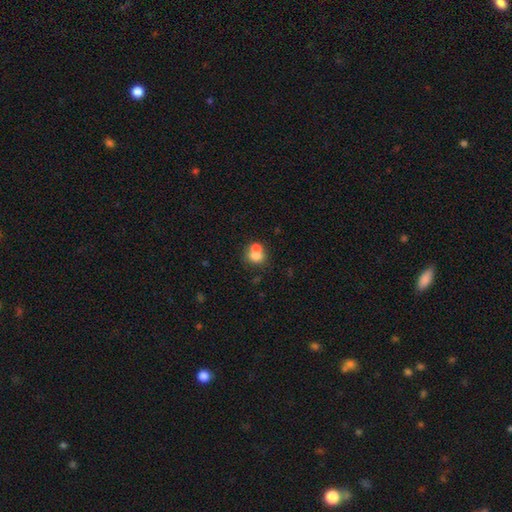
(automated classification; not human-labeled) smooth-or-featured: smooth: 72% | featured or disk: 17% | star or artifact: 10%
  how-rounded: round: 63% | in between: 35% | cigar-shaped: 1%
  merging: merger: 59% | none: 30% | minor disturbance: 7% | major disturbance: 3%